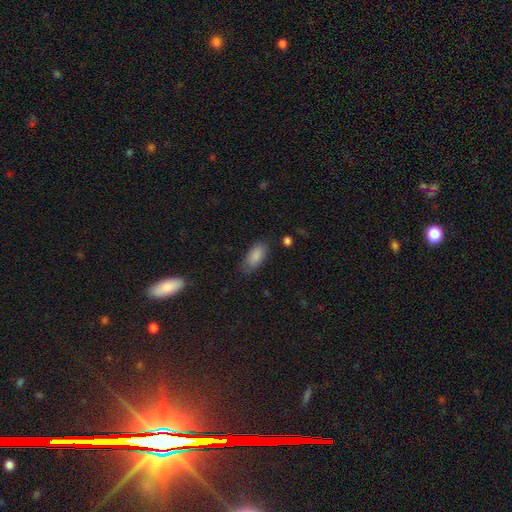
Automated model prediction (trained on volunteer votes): Smooth or featured: smooth — 88% (star or artifact — 7%)
How rounded: in between — 88% (cigar-shaped — 9%)
Merging: none — 78% (minor disturbance — 16%)